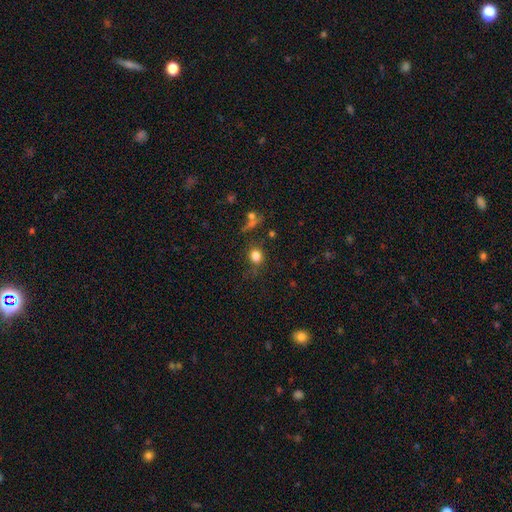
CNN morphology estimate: This appears to be a smooth galaxy with no disk features (79%) that is round (71%). Merging: none (73%).